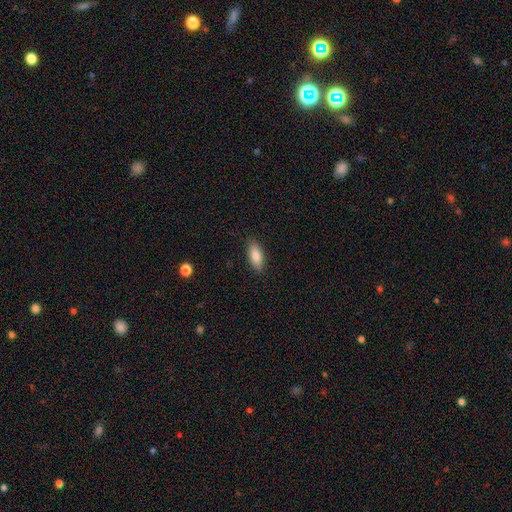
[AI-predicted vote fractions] Overall: smooth (85%). How rounded: in between (78%). Merging: none (87%).